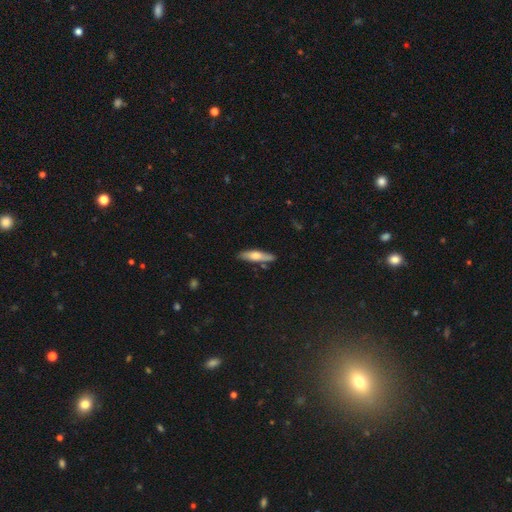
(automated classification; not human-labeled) Q: Smooth or featured?
A: smooth (59%); runner-up: featured or disk (35%)
Q: How rounded?
A: cigar-shaped (76%); runner-up: in between (23%)
Q: Merging?
A: none (82%); runner-up: minor disturbance (12%)